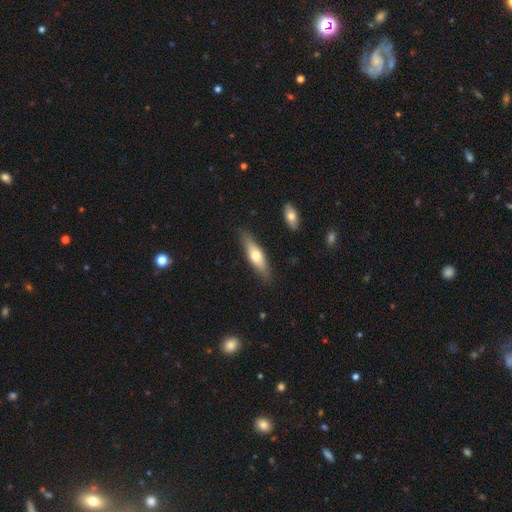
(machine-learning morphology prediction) Smooth or featured? smooth (59%)
How rounded? cigar-shaped (63%)
Merging? none (84%)